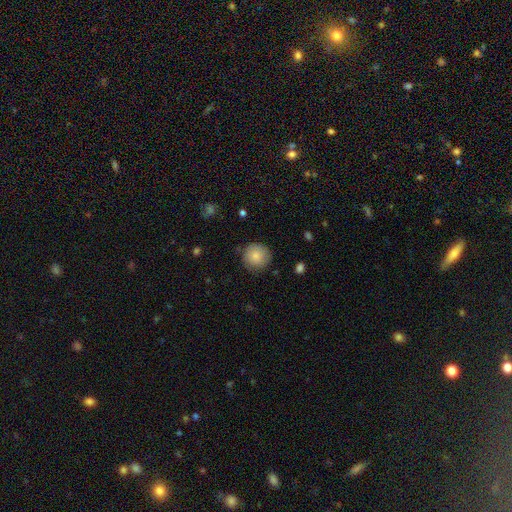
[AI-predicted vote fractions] This appears to be a smooth galaxy with no disk features (85%) that is round (94%). Merging: none (83%).